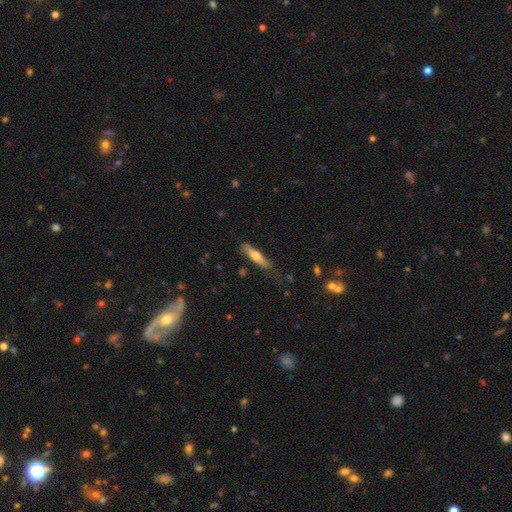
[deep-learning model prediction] smooth_or_featured: smooth (p=0.55) [alt: featured or disk p=0.39]
how_rounded: cigar-shaped (p=0.81) [alt: in between p=0.18]
merging: none (p=0.73) [alt: minor disturbance p=0.21]